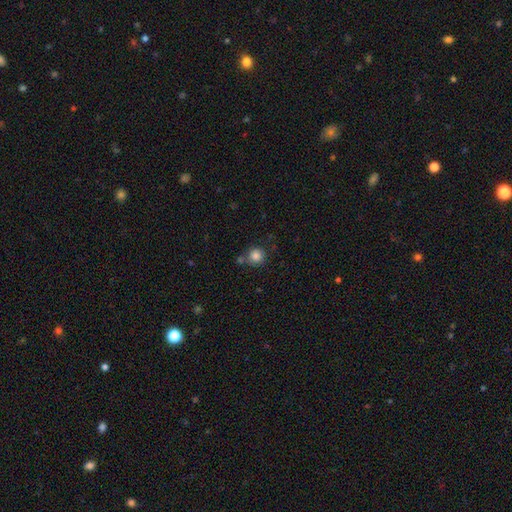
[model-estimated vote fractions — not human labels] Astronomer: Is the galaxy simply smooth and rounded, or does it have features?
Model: smooth — 85%.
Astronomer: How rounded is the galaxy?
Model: round — 92%.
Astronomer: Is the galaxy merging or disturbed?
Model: none — 70%.